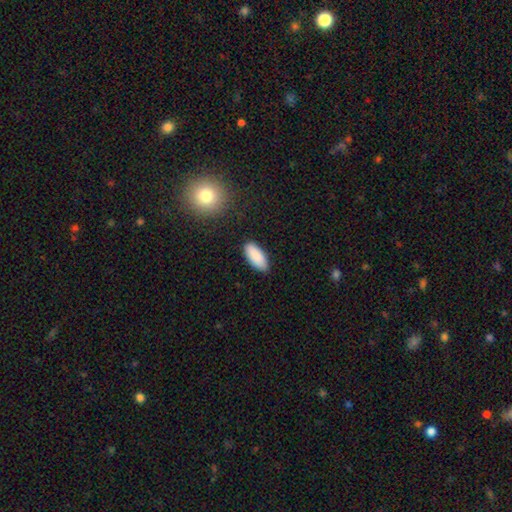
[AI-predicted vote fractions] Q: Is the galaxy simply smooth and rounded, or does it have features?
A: smooth — 89%.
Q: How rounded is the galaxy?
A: in between — 87%.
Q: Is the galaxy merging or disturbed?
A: none — 85%.